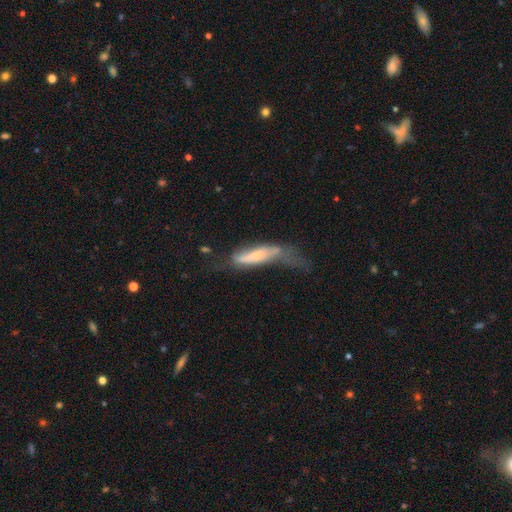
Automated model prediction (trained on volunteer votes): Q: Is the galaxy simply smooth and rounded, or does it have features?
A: smooth — 53%.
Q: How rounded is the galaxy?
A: cigar-shaped — 73%.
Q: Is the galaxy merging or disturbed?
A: major disturbance — 44%.